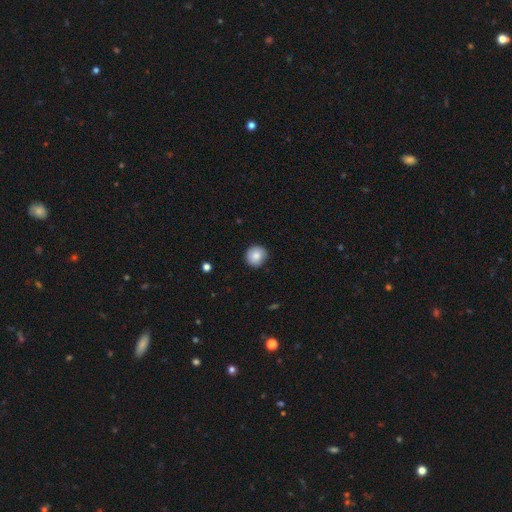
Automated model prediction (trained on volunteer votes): smooth-or-featured: smooth: 84% | star or artifact: 8% | featured or disk: 8%
  how-rounded: round: 91% | in between: 8% | cigar-shaped: 1%
  merging: none: 87% | minor disturbance: 10% | major disturbance: 2% | merger: 1%